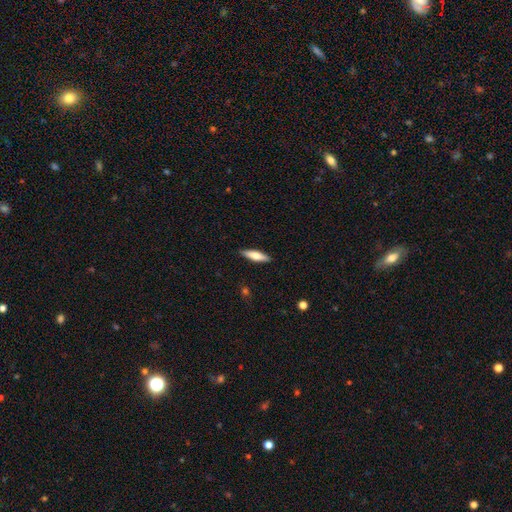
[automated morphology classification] A smooth galaxy with no disk features (69%) that is cigar-shaped (65%). Merging: none (89%).